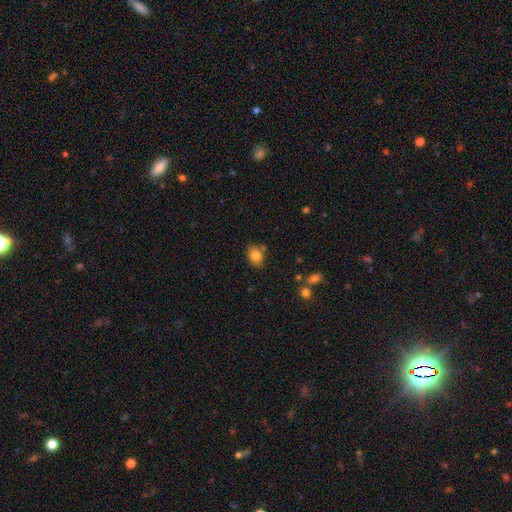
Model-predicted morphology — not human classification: Smooth or featured? smooth (81%)
How rounded? in between (66%)
Merging? none (72%)